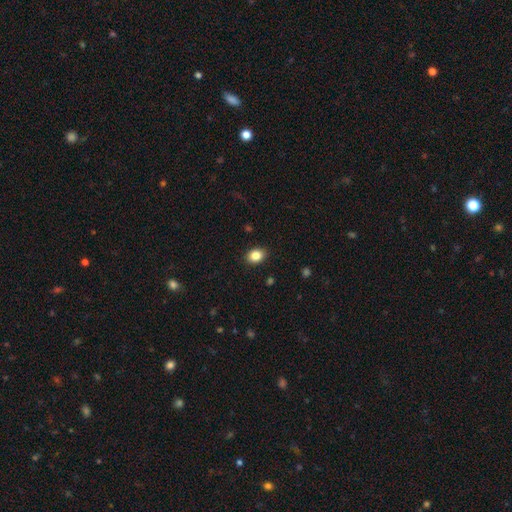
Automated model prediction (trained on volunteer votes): The model was most divided on "how rounded": in between: 68%, round: 31%, cigar-shaped: 1%. More confident: merging — none (89%); smooth or featured — smooth (85%).